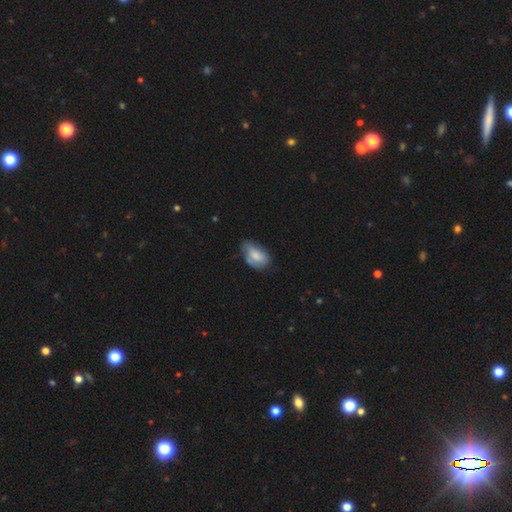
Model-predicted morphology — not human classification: Overall: smooth (73%). How rounded: in between (91%). Merging: none (49%; minor disturbance 38%).